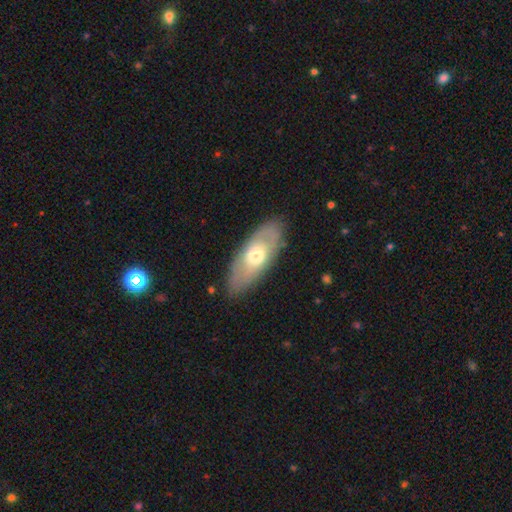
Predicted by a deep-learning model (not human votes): smooth-or-featured: smooth: 49% | featured or disk: 46% | star or artifact: 5%
  merging: none: 83% | minor disturbance: 12% | major disturbance: 3% | merger: 1%